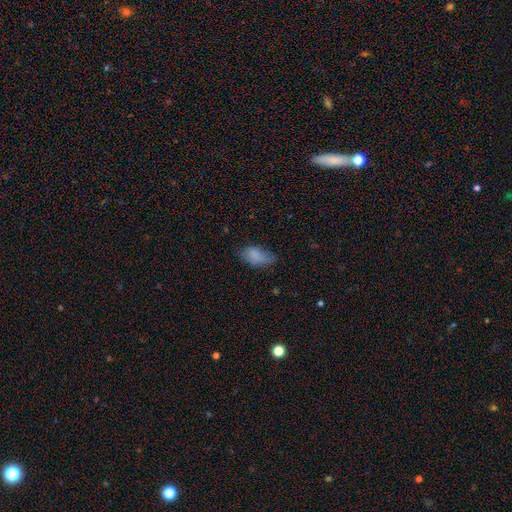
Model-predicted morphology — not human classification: smooth-or-featured: smooth: 78% | featured or disk: 12% | star or artifact: 9%
  how-rounded: in between: 93% | round: 4% | cigar-shaped: 3%
  merging: none: 44% | minor disturbance: 37% | major disturbance: 16% | merger: 2%